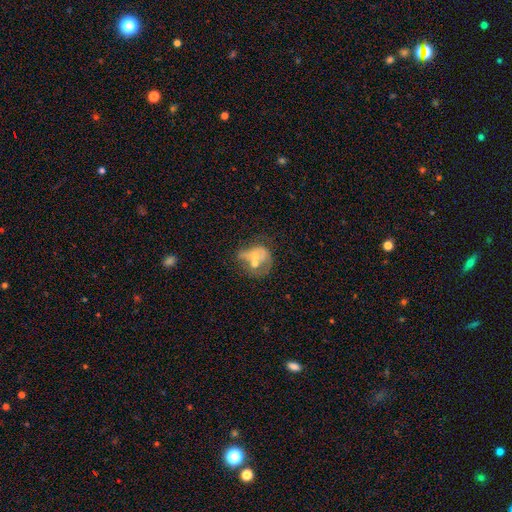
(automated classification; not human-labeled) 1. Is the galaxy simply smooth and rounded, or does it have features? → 48% featured or disk, 42% smooth, 10% star or artifact.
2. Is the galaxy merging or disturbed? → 46% merger, 20% major disturbance, 20% none, 14% minor disturbance.